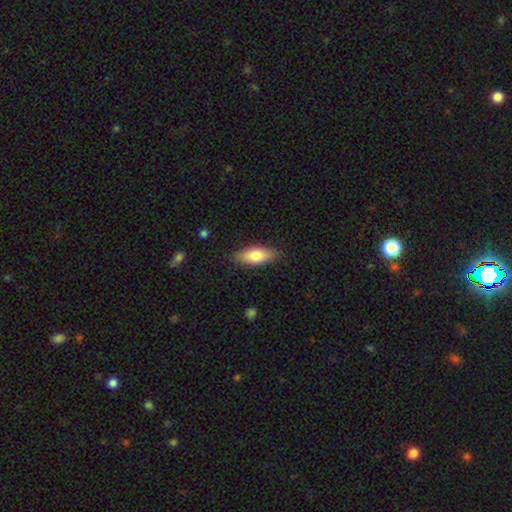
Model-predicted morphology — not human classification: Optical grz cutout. It shows a smooth galaxy with no disk features (77%) that is in between round and cigar-shaped (77%). Merging: none (83%).